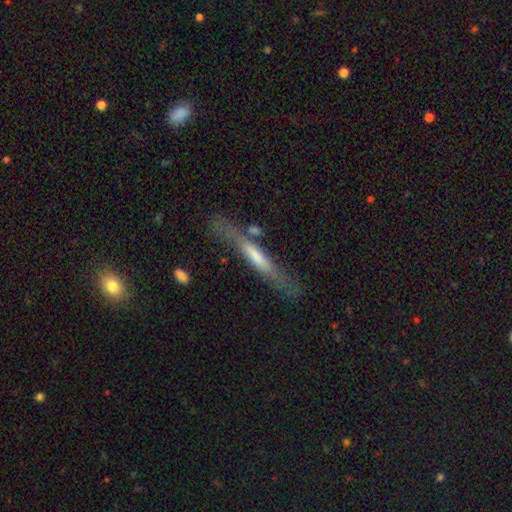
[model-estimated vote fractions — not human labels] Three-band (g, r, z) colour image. It shows a featured or disk galaxy (51%) viewed edge-on (83%). Merging: none (66%).